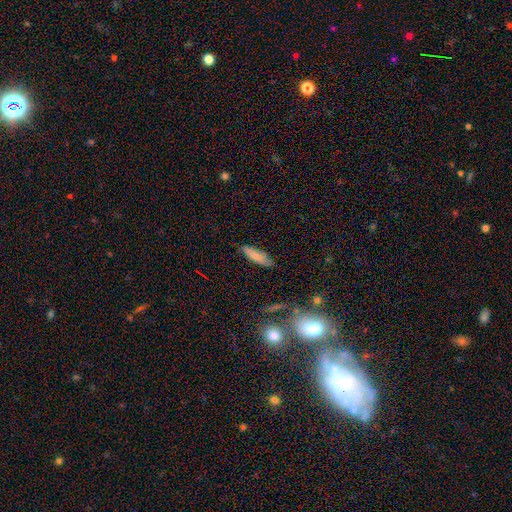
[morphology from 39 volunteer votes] smooth-or-featured: smooth: 92% | star or artifact: 5% | featured or disk: 3%
  how-rounded: cigar-shaped: 50% | in between: 47% | round: 3%
  merging: none: 84% | minor disturbance: 16% | major disturbance: 0% | merger: 0%